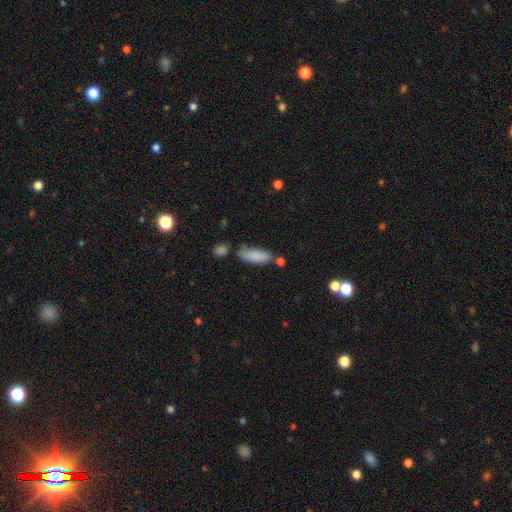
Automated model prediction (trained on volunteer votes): smooth_or_featured: smooth (p=0.87) [alt: featured or disk p=0.07]
how_rounded: in between (p=0.61) [alt: cigar-shaped p=0.37]
merging: none (p=0.63) [alt: minor disturbance p=0.22]